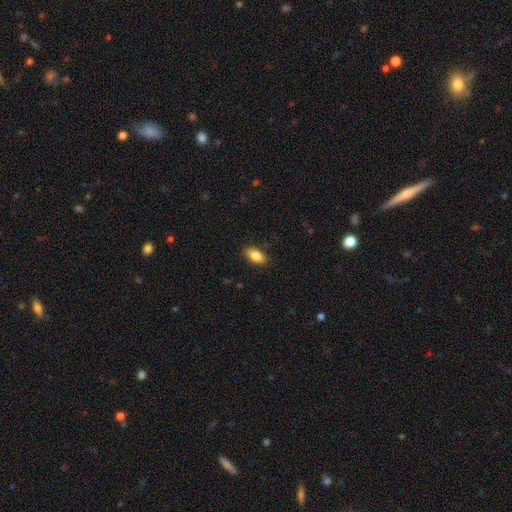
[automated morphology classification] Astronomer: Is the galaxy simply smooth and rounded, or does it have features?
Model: smooth — 86%.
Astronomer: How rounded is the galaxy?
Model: in between — 90%.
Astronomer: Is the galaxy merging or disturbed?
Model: none — 85%.